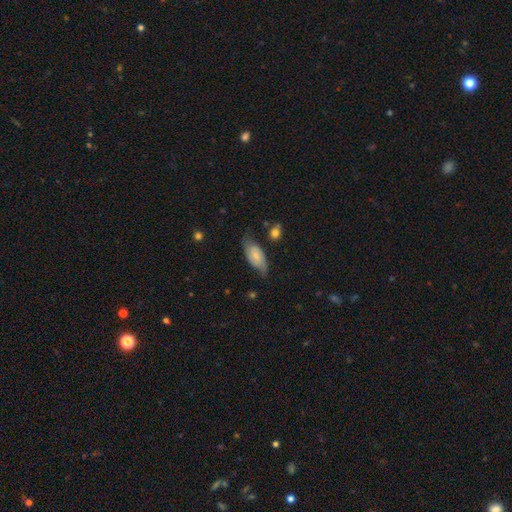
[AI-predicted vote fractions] The model was most divided on "smooth or featured": featured or disk: 47%, smooth: 46%, star or artifact: 7%. More confident: merging — none (61%).